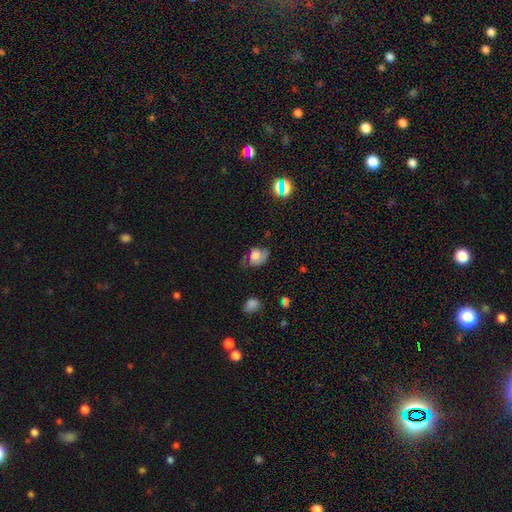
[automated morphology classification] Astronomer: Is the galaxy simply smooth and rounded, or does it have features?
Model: smooth — 47% (runner-up: featured or disk, 42%).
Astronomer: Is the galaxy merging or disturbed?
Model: none — 43% (runner-up: minor disturbance, 32%).